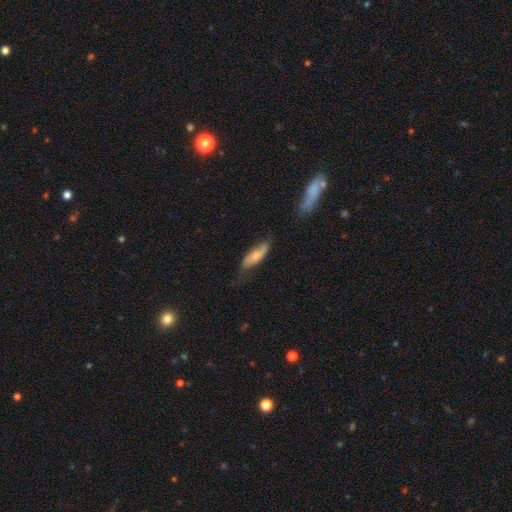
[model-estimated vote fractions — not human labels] The model was most divided on "how rounded": in between: 61%, cigar-shaped: 37%, round: 2%. More confident: smooth or featured — smooth (60%); merging — none (56%).